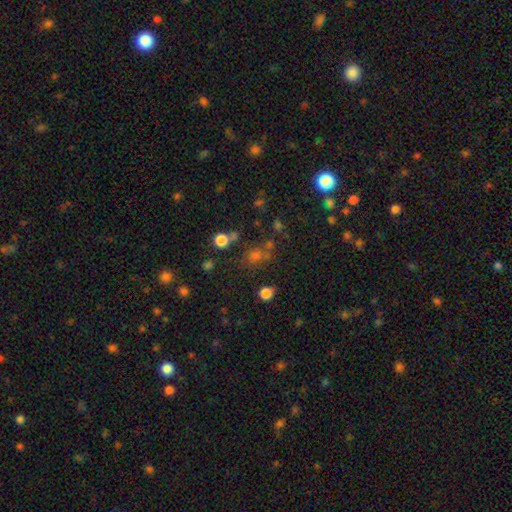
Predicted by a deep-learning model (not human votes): A smooth galaxy with no disk features (54%) that is round (69%). Merging: none (64%).